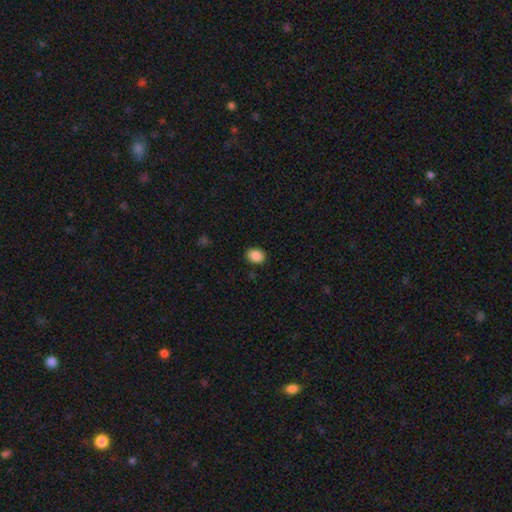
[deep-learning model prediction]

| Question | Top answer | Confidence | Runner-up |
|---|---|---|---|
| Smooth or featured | smooth | 88% | star or artifact (8%) |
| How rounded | in between | 61% | round (38%) |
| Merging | none | 89% | minor disturbance (8%) |